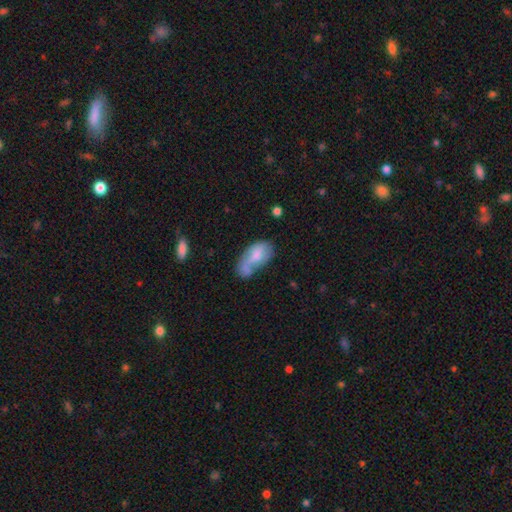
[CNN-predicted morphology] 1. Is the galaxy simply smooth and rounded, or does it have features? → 66% smooth, 27% featured or disk, 7% star or artifact.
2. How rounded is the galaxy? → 92% in between, 4% cigar-shaped, 4% round.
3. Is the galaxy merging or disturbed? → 34% merger, 28% none, 22% minor disturbance, 16% major disturbance.